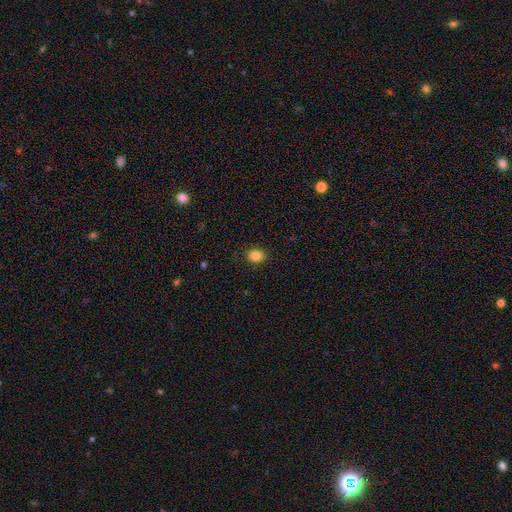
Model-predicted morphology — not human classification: Smooth or featured? Predicted: smooth (p=0.86). How rounded? Predicted: in between (p=0.50). Merging? Predicted: none (p=0.88).